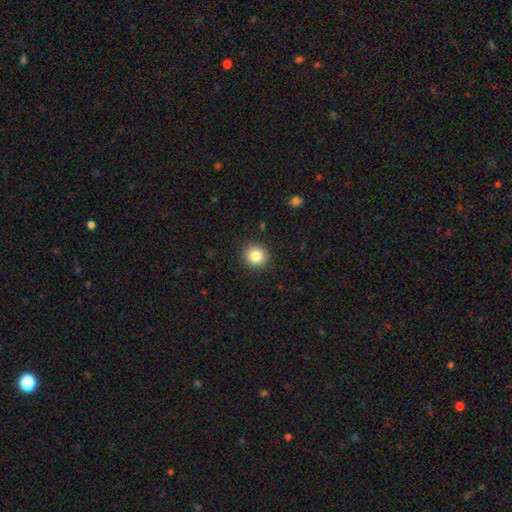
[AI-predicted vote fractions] smooth 84%, star or artifact 10%, featured or disk 6%. Down the decision tree: how rounded — round (88%); merging — none (91%).